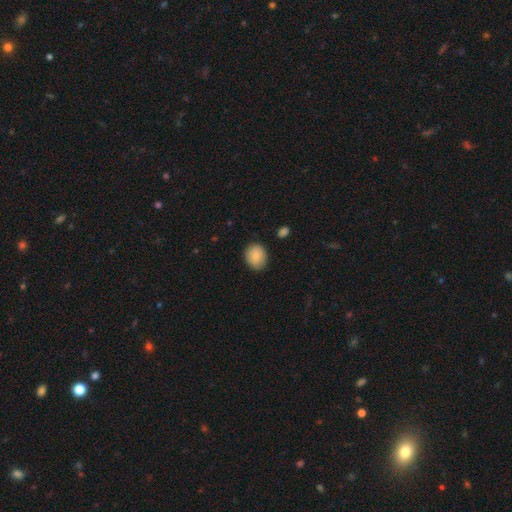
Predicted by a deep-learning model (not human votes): Q: Smooth or featured?
A: smooth (87%); runner-up: star or artifact (7%)
Q: How rounded?
A: round (63%); runner-up: in between (36%)
Q: Merging?
A: none (85%); runner-up: minor disturbance (12%)